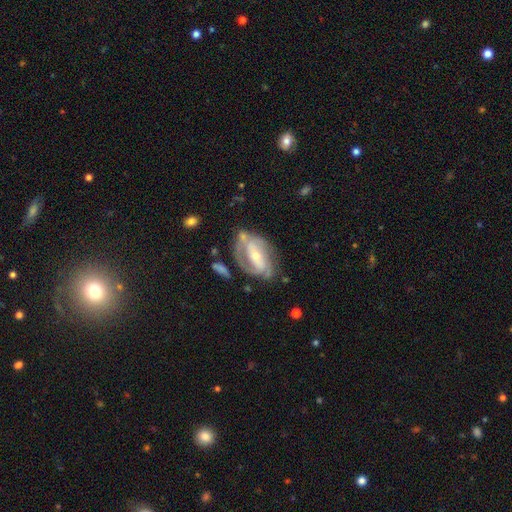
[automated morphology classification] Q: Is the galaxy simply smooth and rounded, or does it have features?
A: featured or disk — 82%.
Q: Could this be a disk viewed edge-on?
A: no — 95%.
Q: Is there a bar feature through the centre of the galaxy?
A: strong — 38%.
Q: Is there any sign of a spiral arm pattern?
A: yes — 89%.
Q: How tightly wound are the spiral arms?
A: tight — 44%.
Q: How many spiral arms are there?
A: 2 — 56%.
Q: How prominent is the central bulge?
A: small — 57%.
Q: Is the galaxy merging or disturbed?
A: none — 56%.